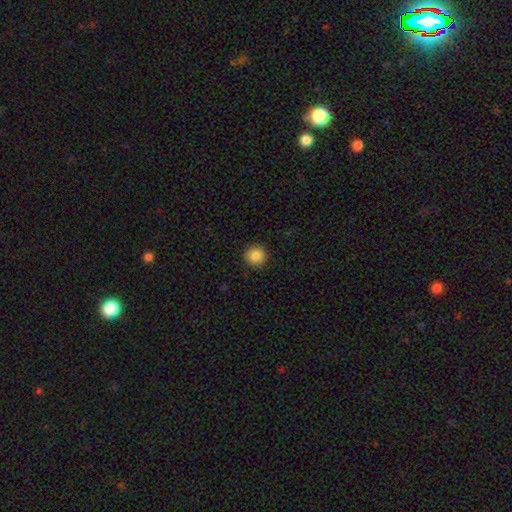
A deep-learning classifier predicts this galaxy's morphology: Q: Smooth or featured?
A: smooth (87%); runner-up: star or artifact (9%)
Q: How rounded?
A: round (95%); runner-up: in between (4%)
Q: Merging?
A: none (92%); runner-up: minor disturbance (5%)